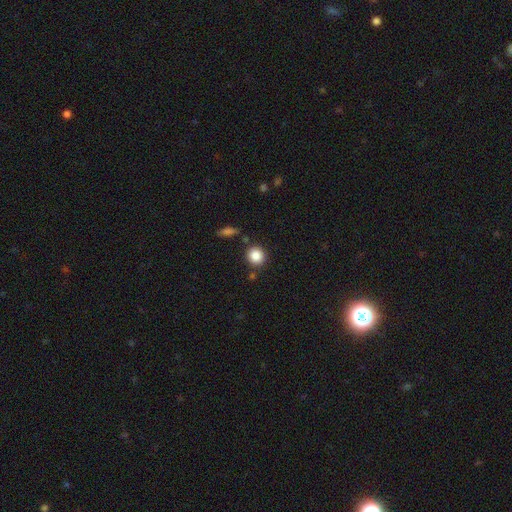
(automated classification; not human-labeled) This is clearly a smooth galaxy (86%). How rounded: clearly round (87%). Merging: clearly none (83%).